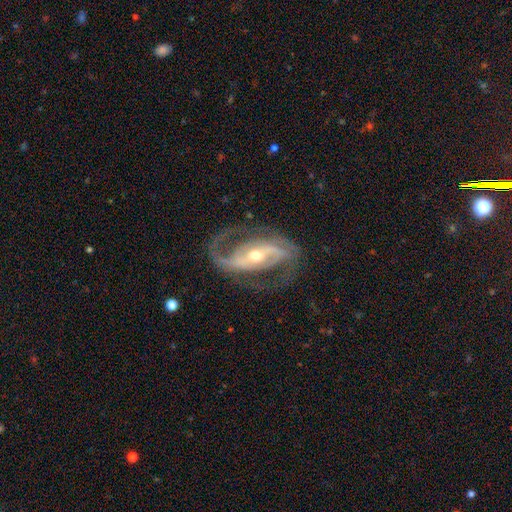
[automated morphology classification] Smooth or featured? Predicted: featured or disk (p=0.91). Edge-on disk? Predicted: no (p=0.96). Bar? Predicted: strong (p=0.48). Spiral arms? Predicted: yes (p=0.97). Spiral winding? Predicted: medium (p=0.54). Spiral arm count? Predicted: 2 (p=0.89). Bulge size? Predicted: moderate (p=0.57). Merging? Predicted: none (p=0.74).